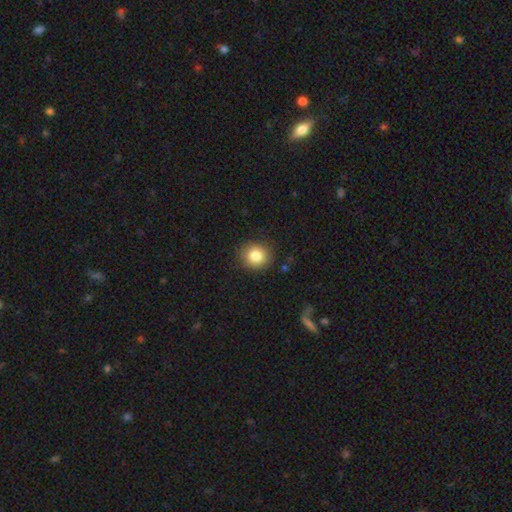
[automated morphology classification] Smooth or featured? Predicted: smooth (p=0.83). How rounded? Predicted: round (p=0.87). Merging? Predicted: none (p=0.88).